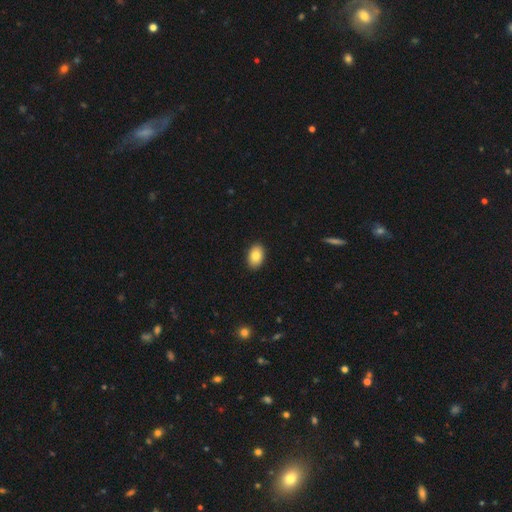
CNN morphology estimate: A smooth galaxy with no disk features (83%) that is in between round and cigar-shaped (88%).

Vote fractions:
- Smooth or featured? smooth: 83% / featured or disk: 10% / star or artifact: 7%
- How rounded? in between: 88% / round: 11% / cigar-shaped: 1%
- Merging? none: 90% / minor disturbance: 7% / major disturbance: 2% / merger: 1%